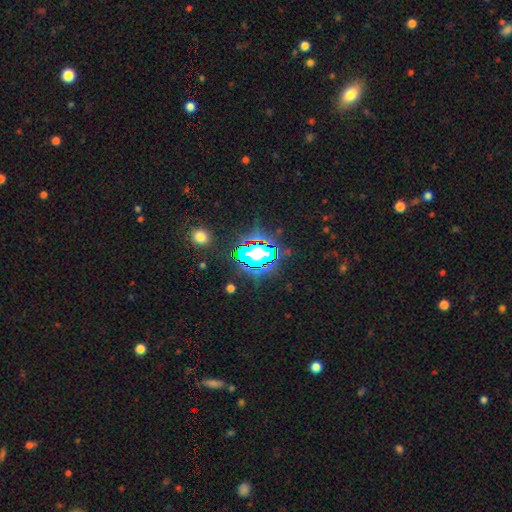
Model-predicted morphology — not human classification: This is likely a star or artifact rather than a galaxy (77%).